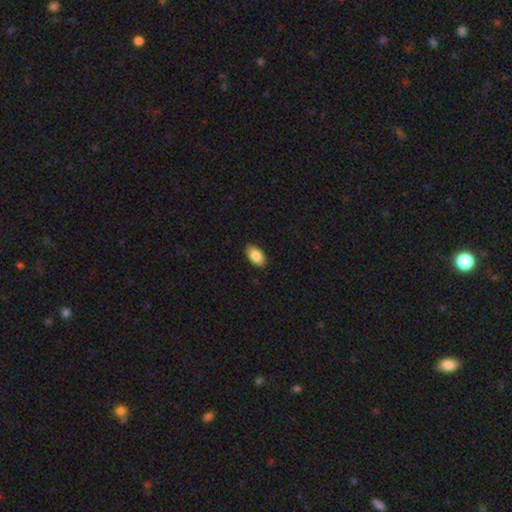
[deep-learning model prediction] Morphology: type=smooth (85%); roundness=in between (93%); merging=none (87%).